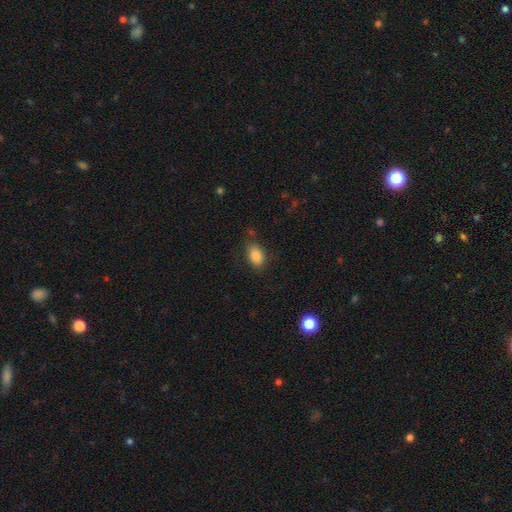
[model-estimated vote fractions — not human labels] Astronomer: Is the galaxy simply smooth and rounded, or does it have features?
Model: smooth — 87%.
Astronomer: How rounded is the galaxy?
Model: in between — 90%.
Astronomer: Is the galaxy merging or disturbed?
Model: none — 74%.